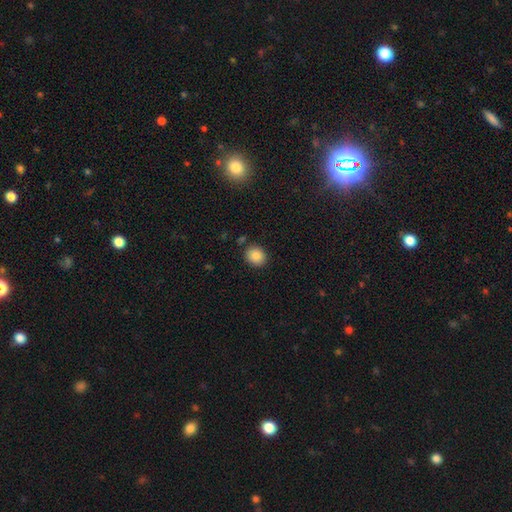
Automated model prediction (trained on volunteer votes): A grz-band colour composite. It shows a smooth galaxy with no disk features (87%) that is round (64%). Merging: none (85%).